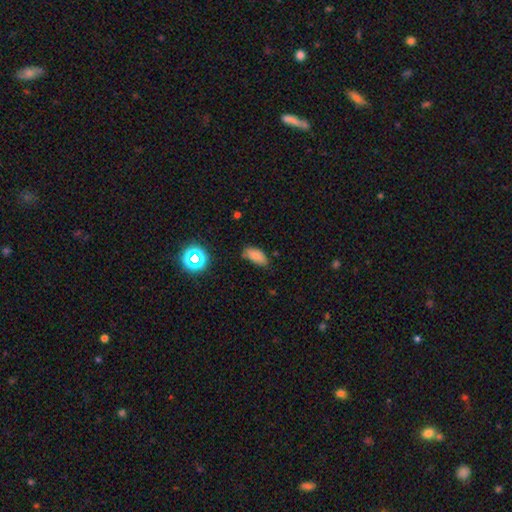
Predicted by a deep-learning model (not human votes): smooth 78%, star or artifact 14%, featured or disk 8%. Down the decision tree: how rounded — in between (90%); merging — none (73%).